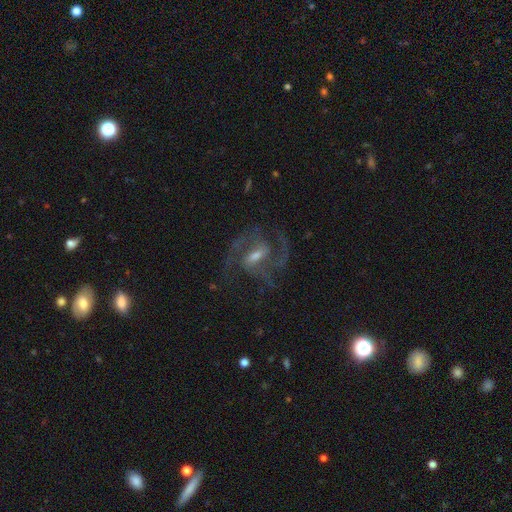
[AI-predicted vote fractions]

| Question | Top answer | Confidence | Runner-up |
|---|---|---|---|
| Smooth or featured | featured or disk | 89% | star or artifact (6%) |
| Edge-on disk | no | 97% | yes (3%) |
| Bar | weak | 52% | strong (29%) |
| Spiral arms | yes | 97% | no (3%) |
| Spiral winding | medium | 61% | tight (23%) |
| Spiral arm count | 2 | 59% | 3 (22%) |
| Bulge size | moderate | 46% | small (44%) |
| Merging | none | 68% | minor disturbance (15%) |